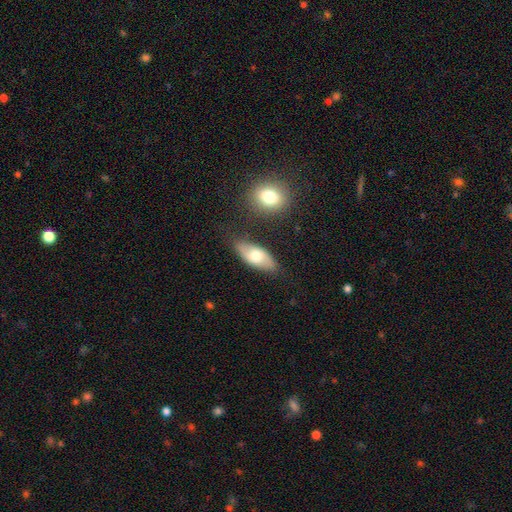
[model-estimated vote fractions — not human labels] smooth 61%, featured or disk 33%, star or artifact 6%. Down the decision tree: how rounded — in between (85%); merging — none (78%).